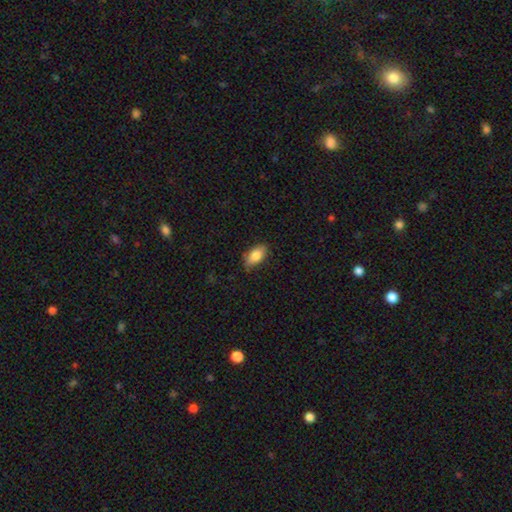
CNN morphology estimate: Overall: smooth (82%). How rounded: in between (91%). Merging: none (79%).